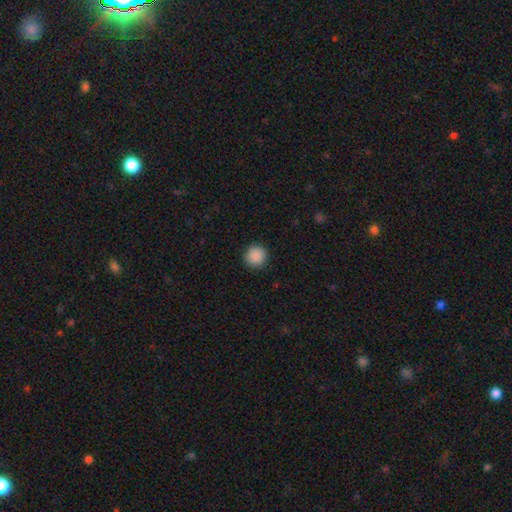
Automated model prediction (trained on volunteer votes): The model was most divided on "smooth or featured": smooth: 89%, star or artifact: 8%, featured or disk: 2%. More confident: how rounded — round (95%); merging — none (92%).